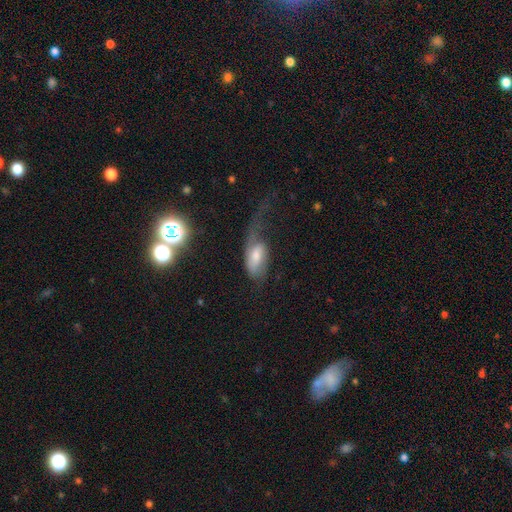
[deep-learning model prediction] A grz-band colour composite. It shows a featured or disk galaxy (50%). Merging: major disturbance (53%).